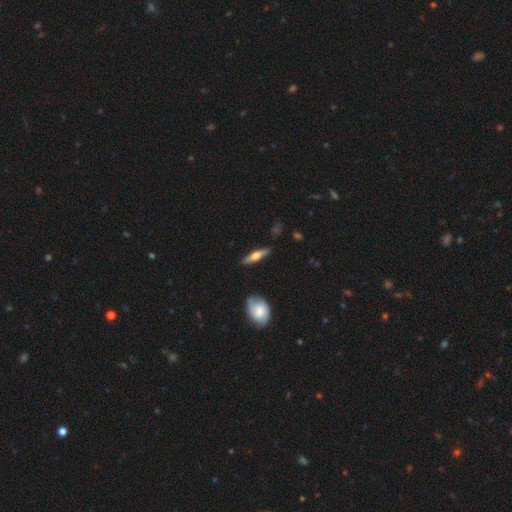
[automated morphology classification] This appears to be a featured or disk galaxy (53%) viewed edge-on (94%) with a rounded central bulge (89%). Merging: none (86%).